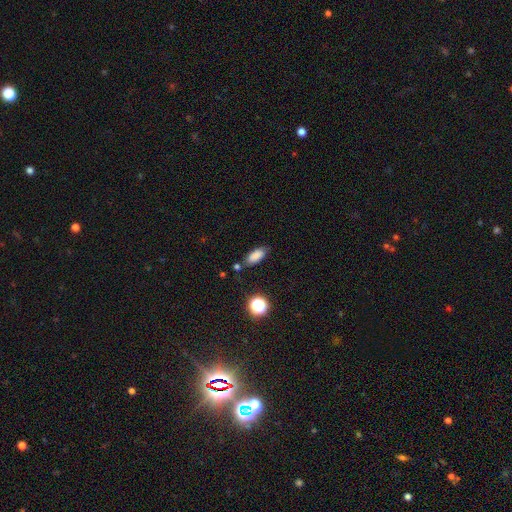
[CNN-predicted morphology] Smooth or featured? smooth (83%)
How rounded? in between (82%)
Merging? none (77%)